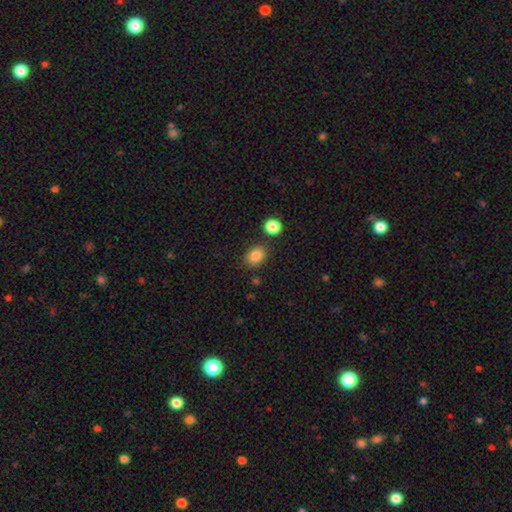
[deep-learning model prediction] This is clearly a smooth galaxy (85%). How rounded: possibly in between (56%). Merging: clearly none (80%).